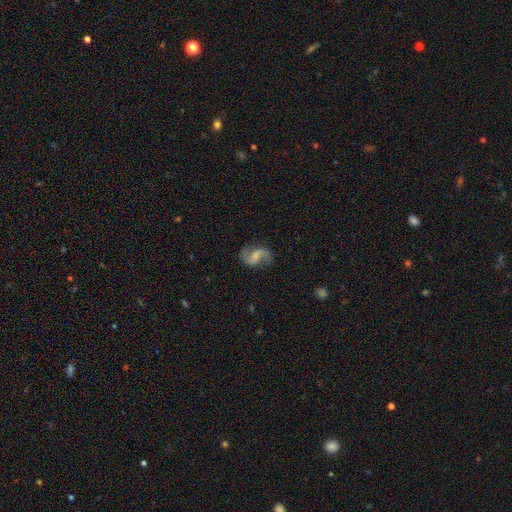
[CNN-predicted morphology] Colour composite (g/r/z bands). It shows a featured or disk galaxy (83%) with a weak bar (50%), 2 (92%) loose (62%) spiral arms (96%) and a small central bulge (43%). Merging: none (76%).